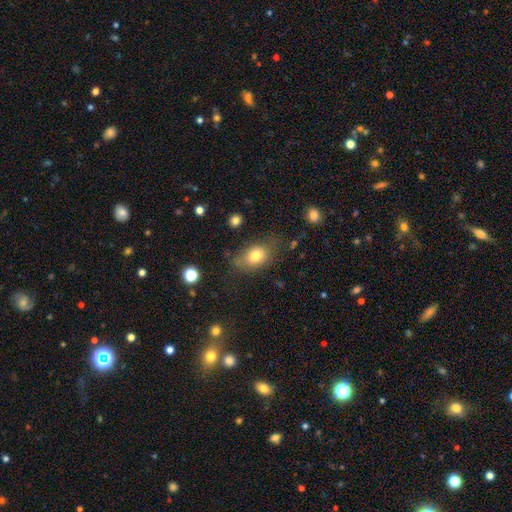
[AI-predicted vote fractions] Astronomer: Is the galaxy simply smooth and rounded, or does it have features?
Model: smooth — 77%.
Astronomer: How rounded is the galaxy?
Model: in between — 75%.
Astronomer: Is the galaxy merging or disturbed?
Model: none — 62%.